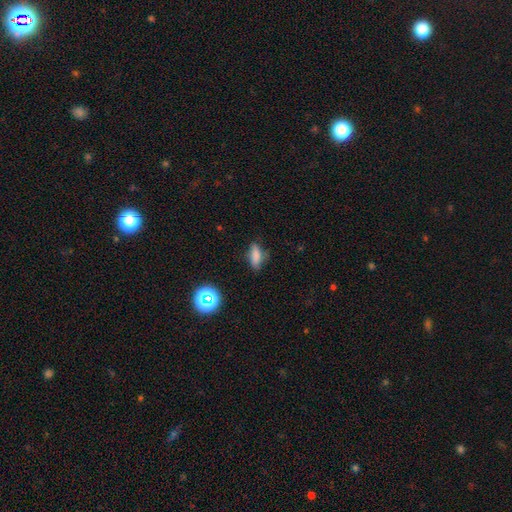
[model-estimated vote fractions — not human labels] A smooth galaxy with no disk features (74%) that is in between round and cigar-shaped (69%).

Vote fractions:
- Smooth or featured? smooth: 74% / featured or disk: 13% / star or artifact: 13%
- How rounded? in between: 69% / cigar-shaped: 27% / round: 5%
- Merging? none: 62% / minor disturbance: 28% / major disturbance: 8% / merger: 2%